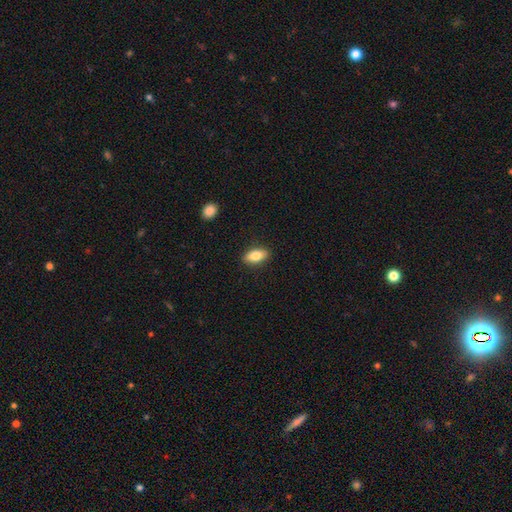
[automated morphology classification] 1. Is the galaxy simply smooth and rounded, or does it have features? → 79% smooth, 14% featured or disk, 7% star or artifact.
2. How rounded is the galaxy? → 86% in between, 9% cigar-shaped, 4% round.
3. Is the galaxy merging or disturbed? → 89% none, 8% minor disturbance, 2% major disturbance, 1% merger.